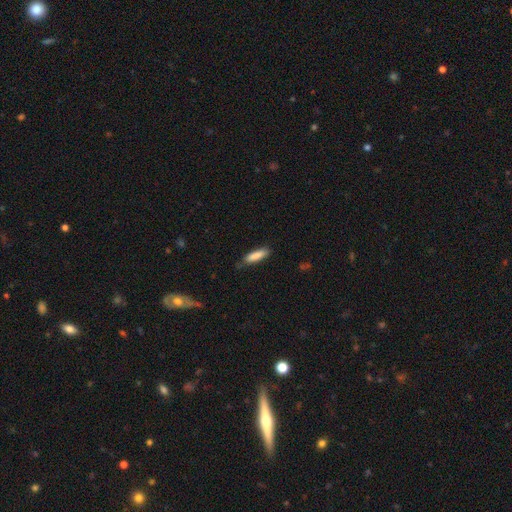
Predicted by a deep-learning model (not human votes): Q: Smooth or featured?
A: smooth (85%); runner-up: featured or disk (8%)
Q: How rounded?
A: cigar-shaped (65%); runner-up: in between (33%)
Q: Merging?
A: none (75%); runner-up: minor disturbance (20%)